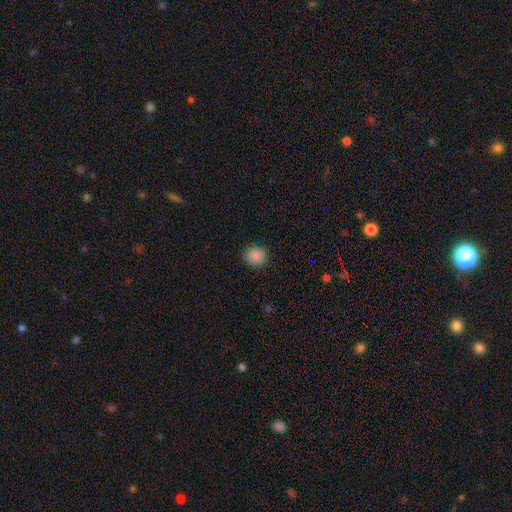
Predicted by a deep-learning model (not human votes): Smooth or featured: smooth — 88% (star or artifact — 9%)
How rounded: round — 88% (in between — 11%)
Merging: none — 90% (minor disturbance — 7%)